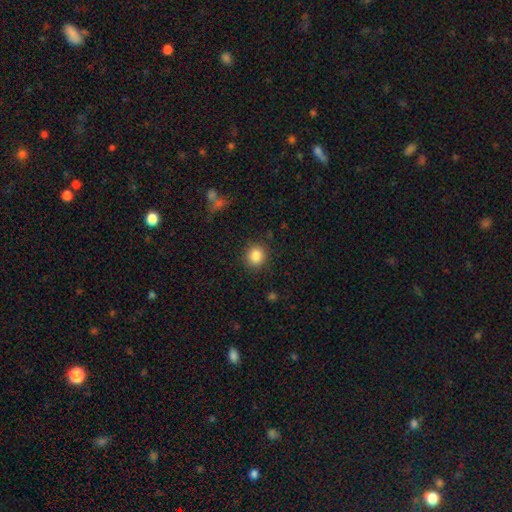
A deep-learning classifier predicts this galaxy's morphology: This appears to be a smooth galaxy with no disk features (85%) that is round (87%). Merging: none (89%).